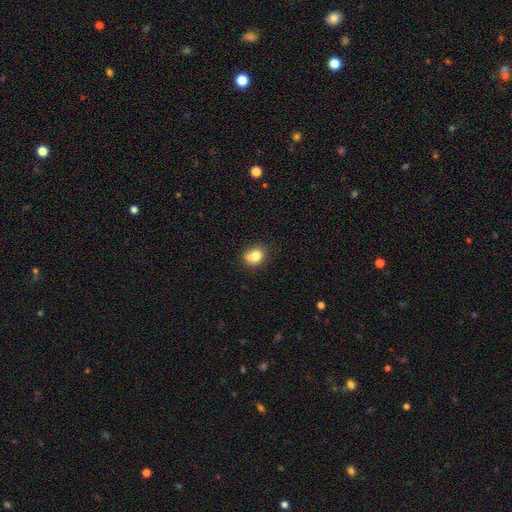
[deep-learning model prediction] Smooth or featured? Predicted: smooth (p=0.79). How rounded? Predicted: round (p=0.51). Merging? Predicted: none (p=0.52).